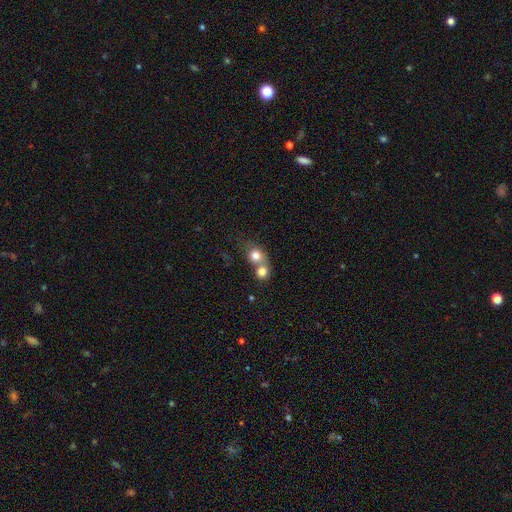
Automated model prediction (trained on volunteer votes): smooth 77%, featured or disk 13%, star or artifact 10%. Down the decision tree: how rounded — round (74%); merging — merger (65%).